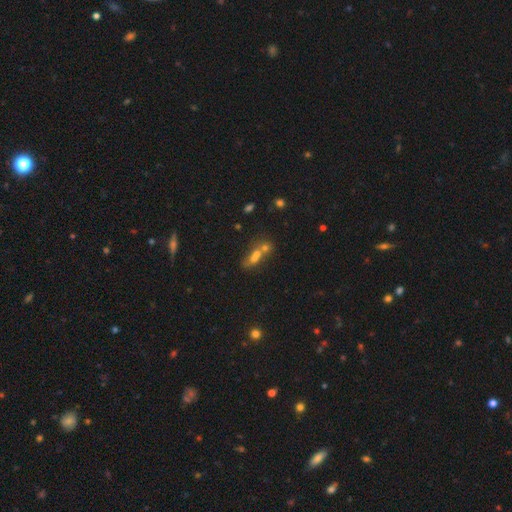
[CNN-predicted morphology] Smooth or featured?
  - smooth: 54% *
  - star or artifact: 23%
  - featured or disk: 23%
How rounded?
  - in between: 51% *
  - round: 35%
  - cigar-shaped: 14%
Merging?
  - merger: 57% *
  - none: 30%
  - minor disturbance: 8%
  - major disturbance: 5%